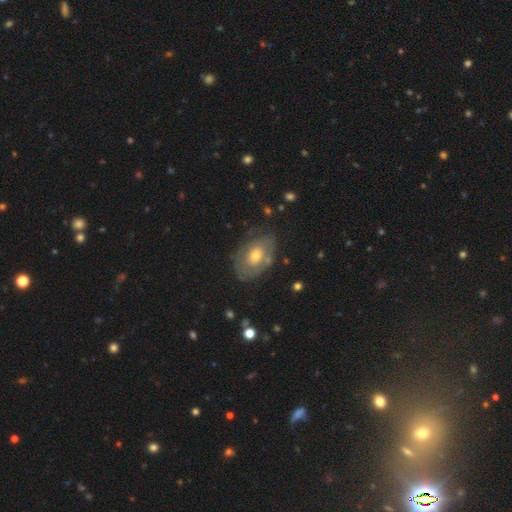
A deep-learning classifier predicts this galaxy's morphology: smooth-or-featured: featured or disk: 51% | smooth: 42% | star or artifact: 7%
  disk-edge-on: no: 93% | yes: 7%
  merging: none: 69% | minor disturbance: 20% | major disturbance: 8% | merger: 3%